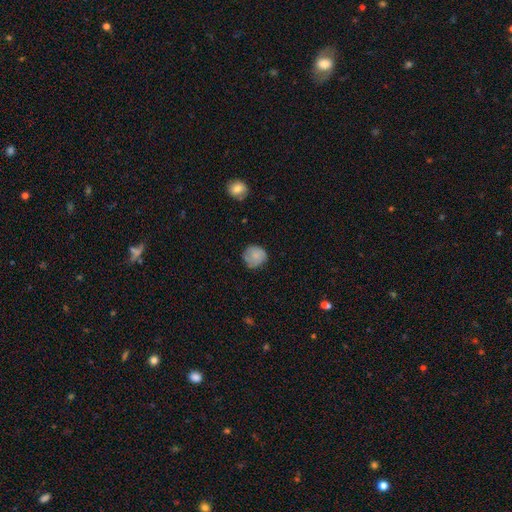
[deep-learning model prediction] smooth_or_featured: smooth (p=0.71) [alt: featured or disk p=0.22]
how_rounded: round (p=0.86) [alt: in between p=0.13]
merging: none (p=0.69) [alt: minor disturbance p=0.24]